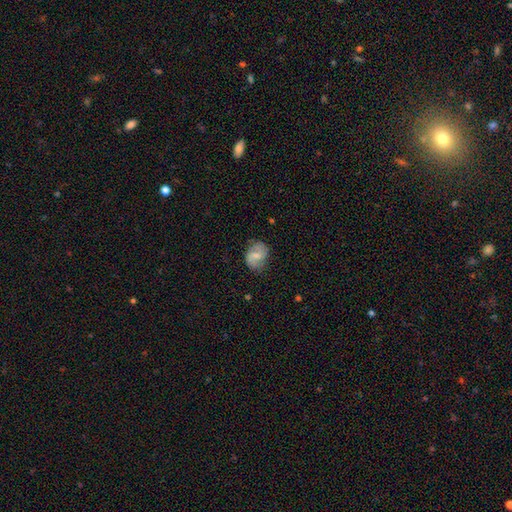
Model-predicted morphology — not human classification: A featured or disk galaxy (55%) with a weak bar (54%), spiral arms (87%) and a small central bulge (42%). Merging: none (71%).